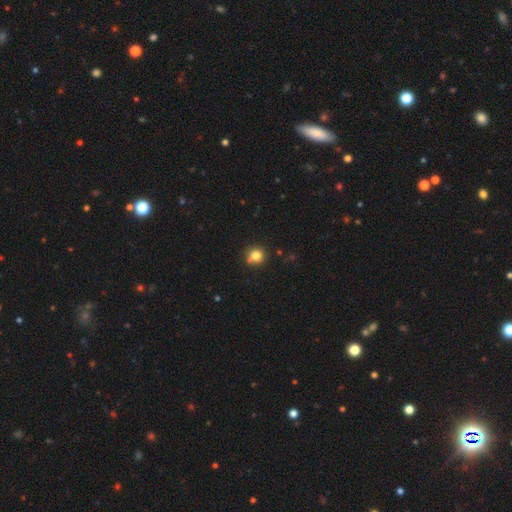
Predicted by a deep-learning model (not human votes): The model was most divided on "merging": none: 73%, minor disturbance: 13%, merger: 10%, major disturbance: 3%. More confident: how rounded — round (90%); smooth or featured — smooth (80%).